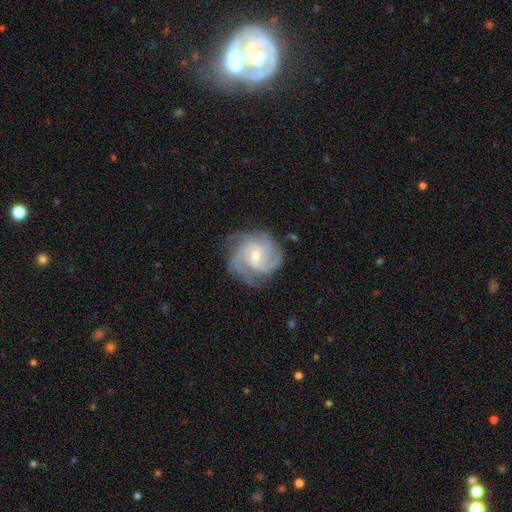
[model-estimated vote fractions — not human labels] Q: Smooth or featured?
A: featured or disk (89%); runner-up: smooth (6%)
Q: Edge-on disk?
A: no (98%); runner-up: yes (2%)
Q: Bar?
A: no (54%); runner-up: weak (39%)
Q: Spiral arms?
A: yes (98%); runner-up: no (2%)
Q: Spiral winding?
A: tight (57%); runner-up: medium (36%)
Q: Spiral arm count?
A: 3 (33%); runner-up: 4 (24%)
Q: Bulge size?
A: small (55%); runner-up: moderate (42%)
Q: Merging?
A: none (74%); runner-up: minor disturbance (18%)